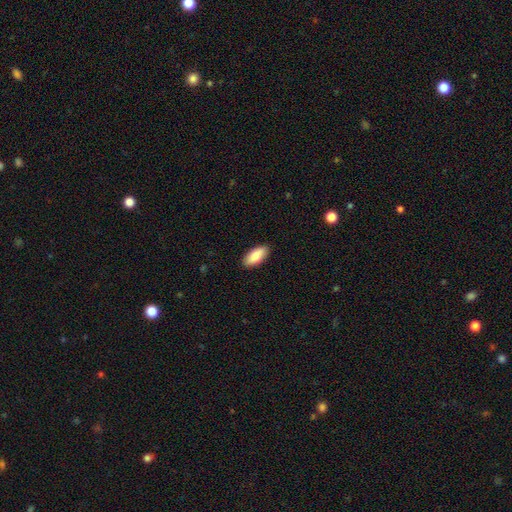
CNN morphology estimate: type=smooth (87%); roundness=in between (88%); merging=none (90%).